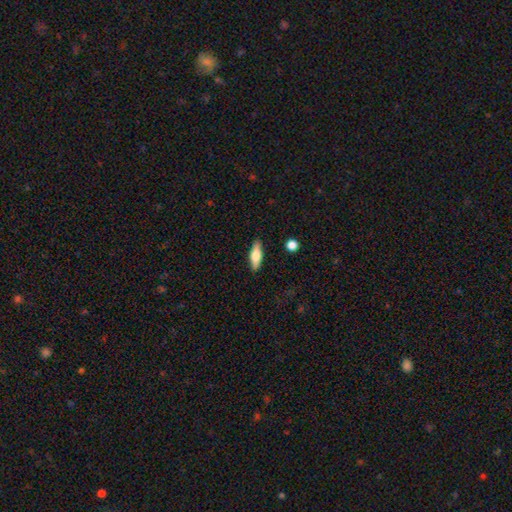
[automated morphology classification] smooth_or_featured: smooth (p=0.66) [alt: featured or disk p=0.27]
how_rounded: in between (p=0.55) [alt: cigar-shaped p=0.42]
merging: none (p=0.88) [alt: minor disturbance p=0.09]